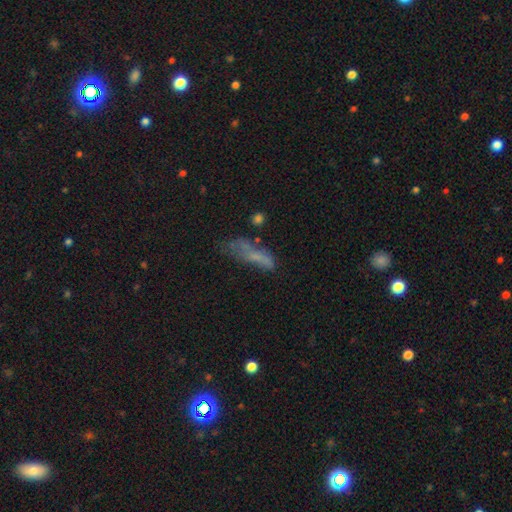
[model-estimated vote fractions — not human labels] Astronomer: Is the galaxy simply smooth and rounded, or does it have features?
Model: smooth — 53% (runner-up: featured or disk, 30%).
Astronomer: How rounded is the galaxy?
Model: cigar-shaped — 52% (runner-up: in between, 44%).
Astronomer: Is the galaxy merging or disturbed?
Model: none — 36% (runner-up: major disturbance, 27%).